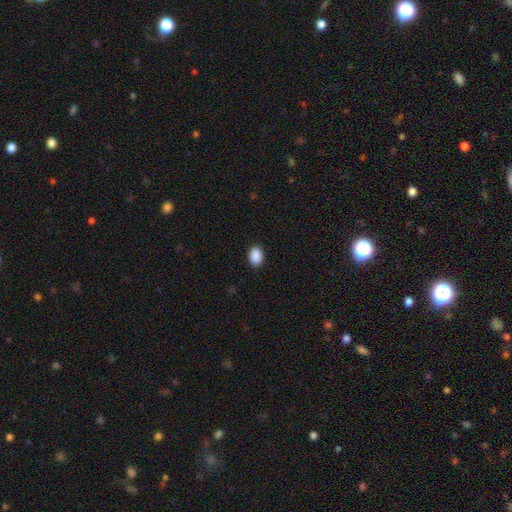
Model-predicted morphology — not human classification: Smooth or featured? smooth (91%)
How rounded? in between (81%)
Merging? none (90%)